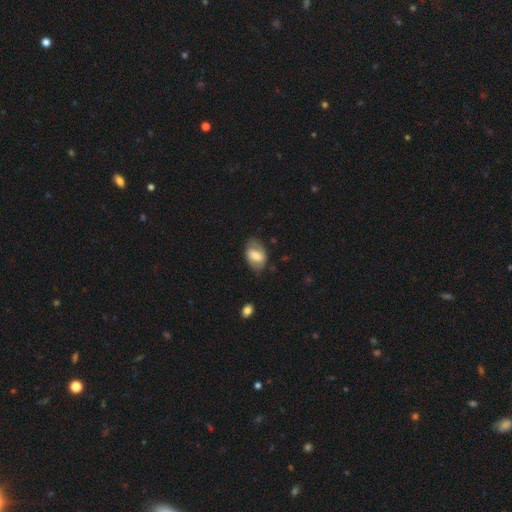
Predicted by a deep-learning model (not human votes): This is possibly a smooth galaxy (56%). How rounded: clearly in between (87%). Merging: likely none (63%).